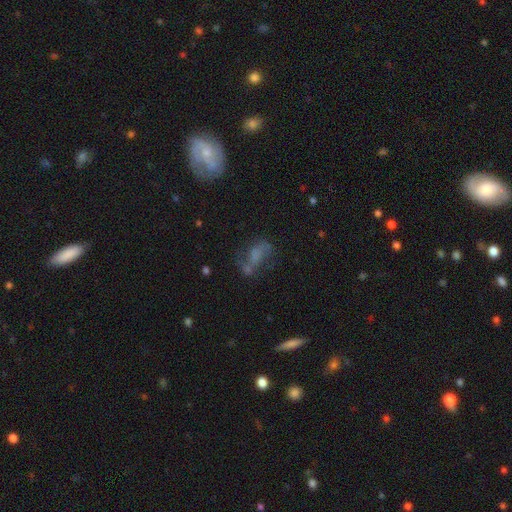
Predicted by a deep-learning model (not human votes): Overall: featured or disk (41%; smooth 38%). Merging: none (41%; major disturbance 23%).